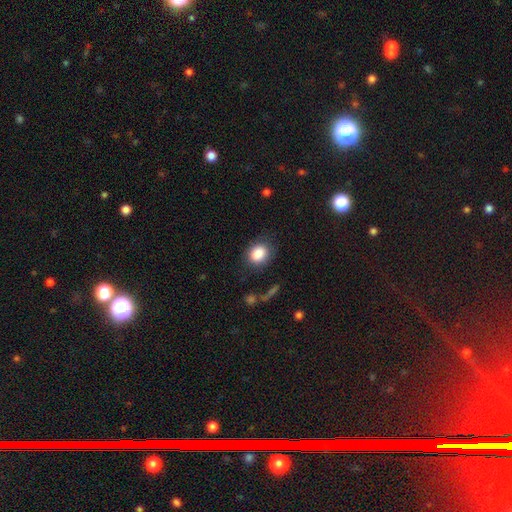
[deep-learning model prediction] Smooth or featured: smooth — 86% (star or artifact — 9%)
How rounded: round — 51% (in between — 47%)
Merging: none — 77% (minor disturbance — 15%)